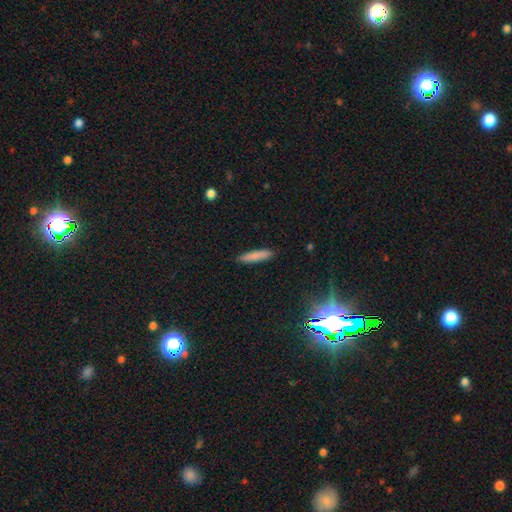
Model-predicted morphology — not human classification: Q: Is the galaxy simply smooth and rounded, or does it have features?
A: smooth — 82%.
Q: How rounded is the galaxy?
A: cigar-shaped — 88%.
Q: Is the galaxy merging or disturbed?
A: none — 90%.